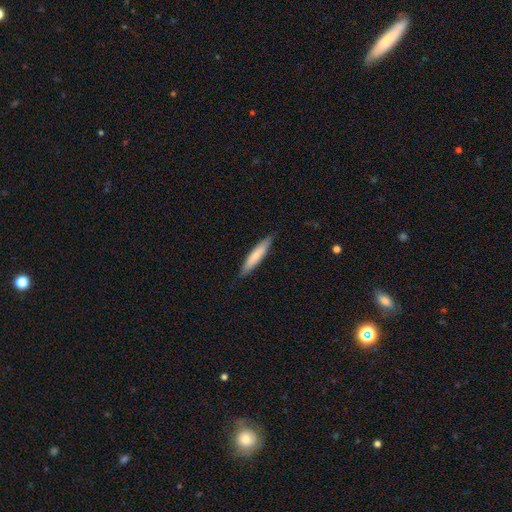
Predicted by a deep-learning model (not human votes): A smooth galaxy with no disk features (75%) that is cigar-shaped (90%).

Vote fractions:
- Smooth or featured? smooth: 75% / featured or disk: 20% / star or artifact: 5%
- How rounded? cigar-shaped: 90% / in between: 9% / round: 1%
- Merging? none: 88% / minor disturbance: 9% / major disturbance: 1% / merger: 1%